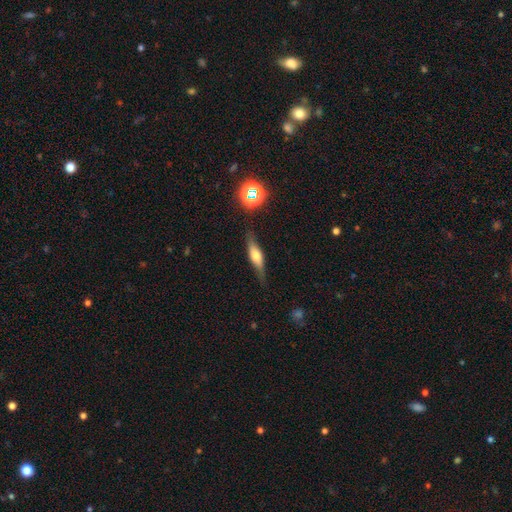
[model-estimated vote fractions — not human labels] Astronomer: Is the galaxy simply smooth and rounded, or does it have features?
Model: featured or disk — 47% (runner-up: smooth, 44%).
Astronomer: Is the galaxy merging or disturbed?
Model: none — 77%.